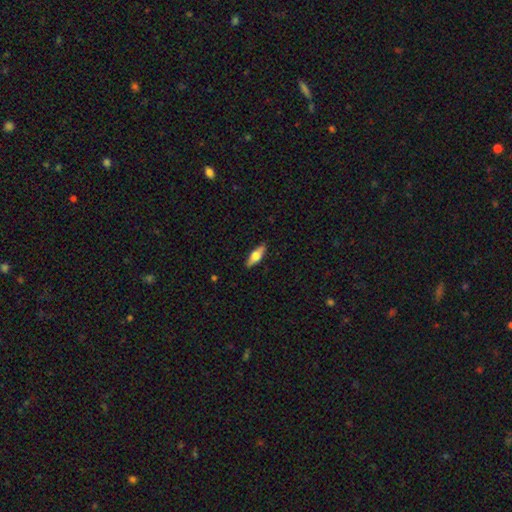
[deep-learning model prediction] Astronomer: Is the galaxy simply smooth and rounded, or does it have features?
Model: smooth — 50% (runner-up: featured or disk, 44%).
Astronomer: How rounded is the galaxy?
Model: in between — 58% (runner-up: cigar-shaped, 39%).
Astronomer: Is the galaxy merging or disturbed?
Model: none — 88%.